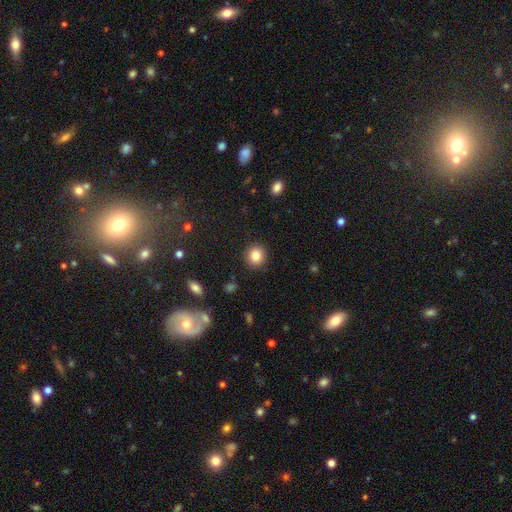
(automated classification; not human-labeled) Smooth or featured?
  - smooth: 84% *
  - star or artifact: 10%
  - featured or disk: 6%
How rounded?
  - round: 82% *
  - in between: 17%
  - cigar-shaped: 1%
Merging?
  - none: 90% *
  - minor disturbance: 7%
  - major disturbance: 2%
  - merger: 1%